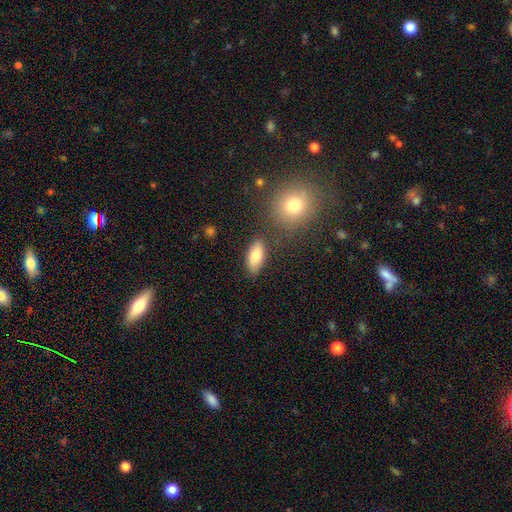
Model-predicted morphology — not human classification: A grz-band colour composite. It shows a smooth galaxy with no disk features (81%) that is in between round and cigar-shaped (88%). Merging: none (79%).